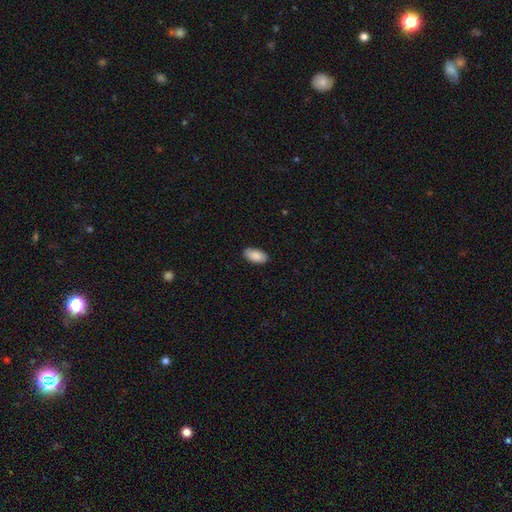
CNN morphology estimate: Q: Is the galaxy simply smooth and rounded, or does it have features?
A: smooth — 89%.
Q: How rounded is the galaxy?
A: in between — 95%.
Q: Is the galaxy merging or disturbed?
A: none — 89%.